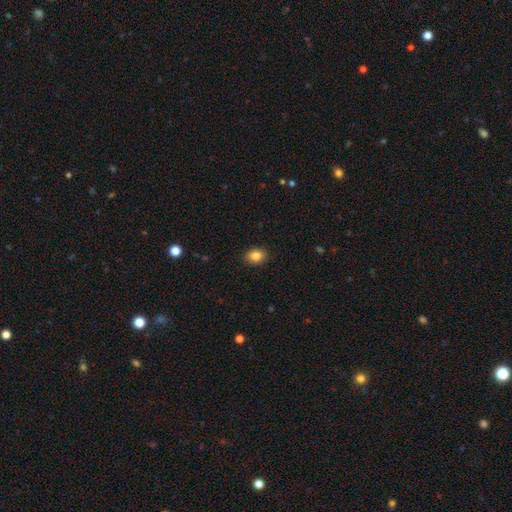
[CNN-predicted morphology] type=smooth (85%); roundness=in between (62%); merging=none (89%).